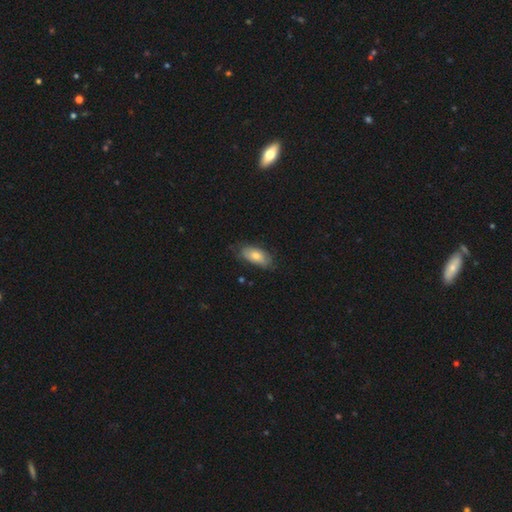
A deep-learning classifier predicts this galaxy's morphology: type=smooth (69%); roundness=in between (87%); merging=none (71%).